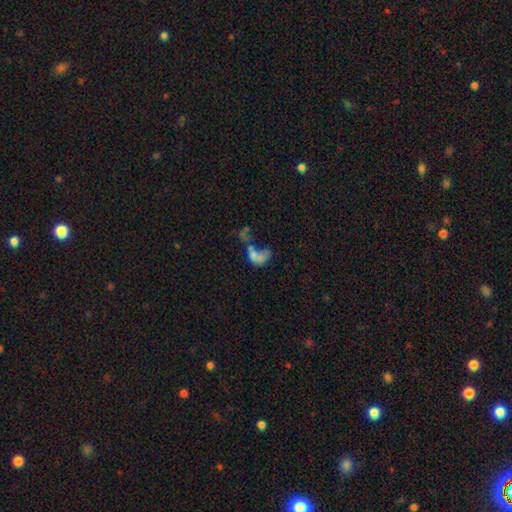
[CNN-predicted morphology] A smooth galaxy with no disk features (48%).

Vote fractions:
- Smooth or featured? smooth: 48% / featured or disk: 36% / star or artifact: 16%
- Merging? merger: 54% / major disturbance: 27% / none: 12% / minor disturbance: 7%